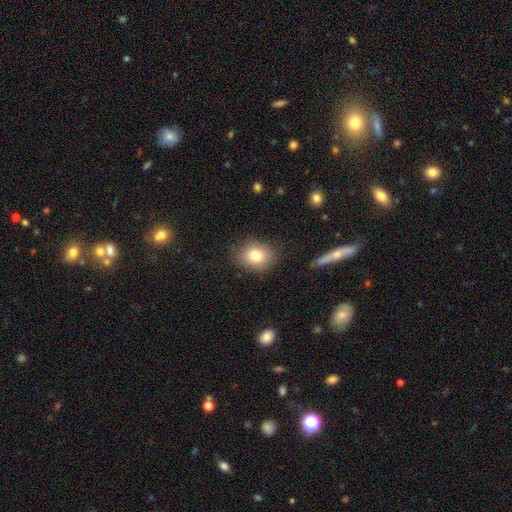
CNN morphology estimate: Smooth or featured?
  - smooth: 79% *
  - featured or disk: 11%
  - star or artifact: 10%
How rounded?
  - round: 51% *
  - in between: 48%
  - cigar-shaped: 1%
Merging?
  - none: 81% *
  - minor disturbance: 13%
  - major disturbance: 4%
  - merger: 1%